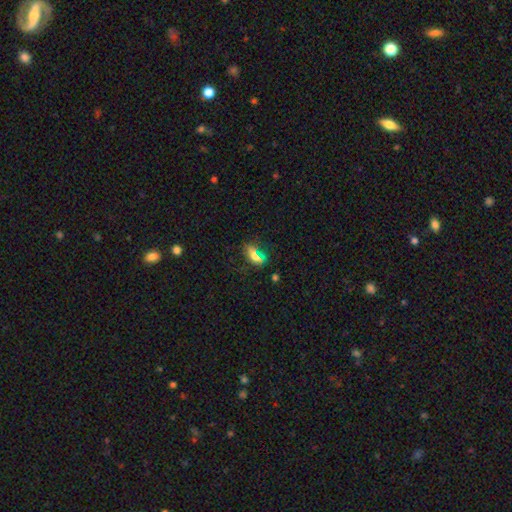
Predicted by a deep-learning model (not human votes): A smooth galaxy with no disk features (63%) that is in between round and cigar-shaped (70%).

Vote fractions:
- Smooth or featured? smooth: 63% / featured or disk: 20% / star or artifact: 17%
- How rounded? in between: 70% / cigar-shaped: 20% / round: 11%
- Merging? none: 63% / minor disturbance: 20% / major disturbance: 10% / merger: 7%